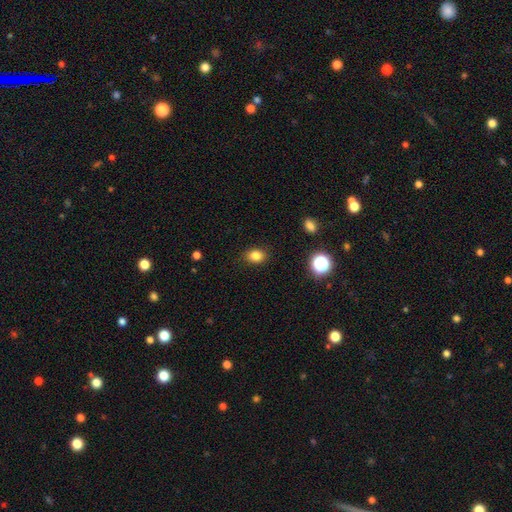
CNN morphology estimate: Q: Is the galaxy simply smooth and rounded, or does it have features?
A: smooth — 82%.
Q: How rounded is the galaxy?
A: in between — 61%.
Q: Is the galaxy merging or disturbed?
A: none — 88%.